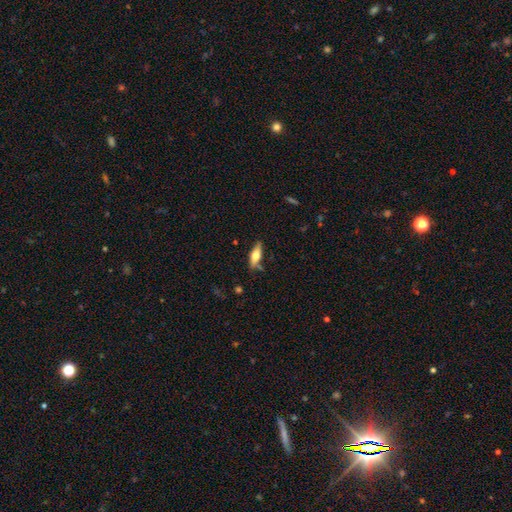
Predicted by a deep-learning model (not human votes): A smooth galaxy with no disk features (56%) that is in between round and cigar-shaped (59%). Merging: none (77%).